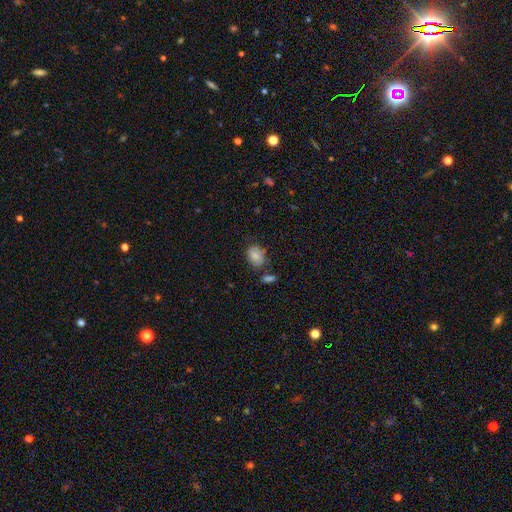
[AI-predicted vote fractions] smooth-or-featured: smooth: 84% | star or artifact: 8% | featured or disk: 8%
  how-rounded: in between: 72% | round: 27% | cigar-shaped: 1%
  merging: none: 64% | minor disturbance: 21% | merger: 9% | major disturbance: 6%